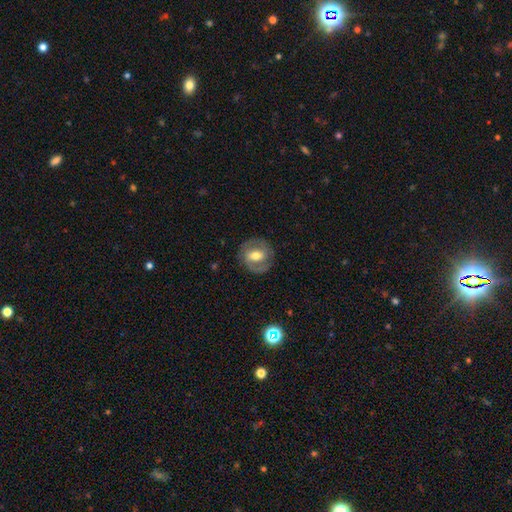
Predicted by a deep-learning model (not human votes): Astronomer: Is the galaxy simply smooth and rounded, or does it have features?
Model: featured or disk — 65%.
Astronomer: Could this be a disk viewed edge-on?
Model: no — 96%.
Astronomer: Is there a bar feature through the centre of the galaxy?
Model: weak — 44% (runner-up: strong, 30%).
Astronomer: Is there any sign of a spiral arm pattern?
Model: yes — 73%.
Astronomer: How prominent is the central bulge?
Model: moderate — 70%.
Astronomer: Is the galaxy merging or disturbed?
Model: none — 83%.